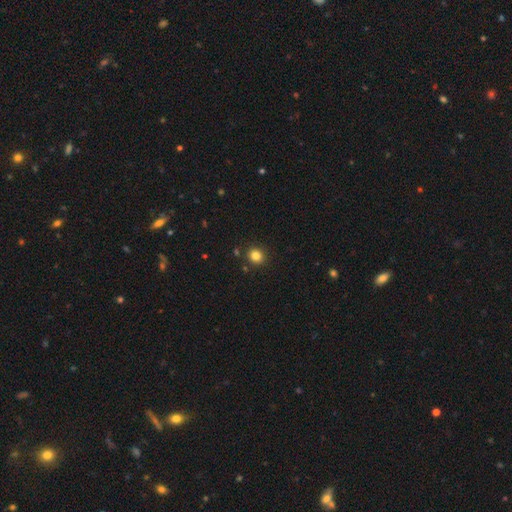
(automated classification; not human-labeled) Morphology: type=smooth (83%); roundness=round (86%); merging=none (88%).